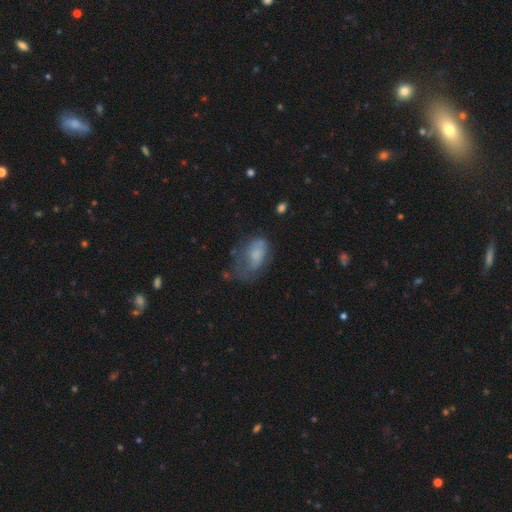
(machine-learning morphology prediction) Overall: smooth (61%; featured or disk 30%). How rounded: in between (88%). Merging: major disturbance (36%; minor disturbance 30%).